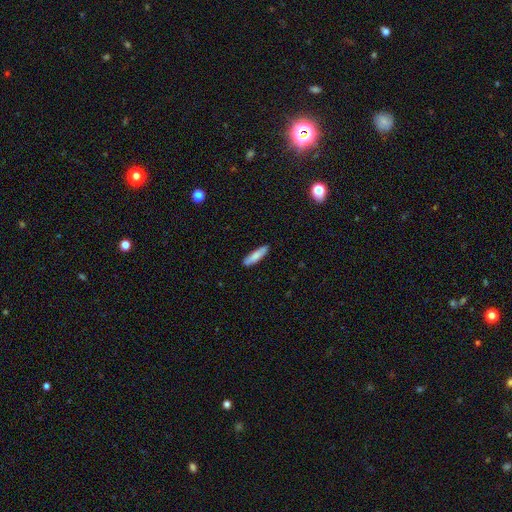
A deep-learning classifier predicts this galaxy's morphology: Smooth or featured: smooth — 82% (featured or disk — 12%)
How rounded: cigar-shaped — 74% (in between — 25%)
Merging: none — 86% (minor disturbance — 11%)